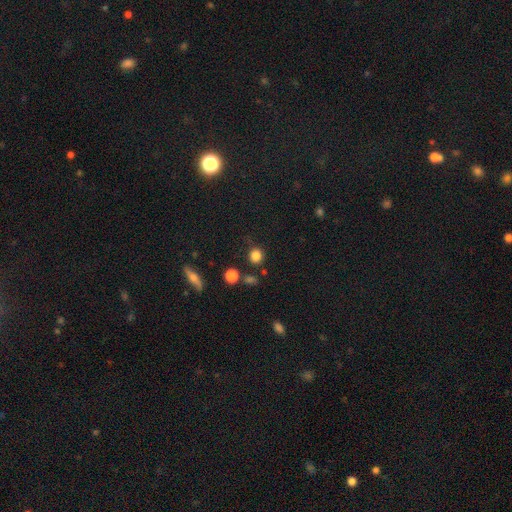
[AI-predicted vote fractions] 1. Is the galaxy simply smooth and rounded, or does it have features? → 81% smooth, 13% star or artifact, 5% featured or disk.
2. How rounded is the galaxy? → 87% round, 12% in between, 1% cigar-shaped.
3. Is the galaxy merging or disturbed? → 80% none, 11% minor disturbance, 5% merger, 4% major disturbance.